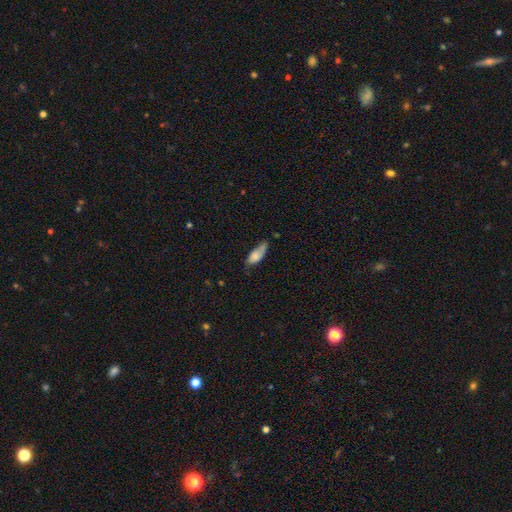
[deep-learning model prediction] A smooth galaxy with no disk features (72%) that is in between round and cigar-shaped (76%).

Vote fractions:
- Smooth or featured? smooth: 72% / featured or disk: 21% / star or artifact: 7%
- How rounded? in between: 76% / cigar-shaped: 21% / round: 2%
- Merging? none: 47% / minor disturbance: 37% / major disturbance: 13% / merger: 4%